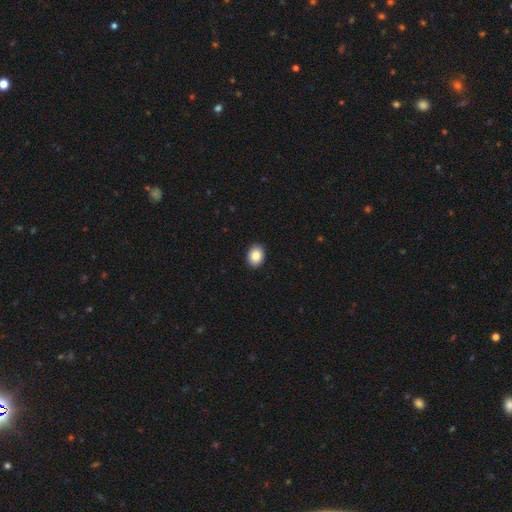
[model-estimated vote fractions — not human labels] A smooth galaxy with no disk features (86%) that is in between round and cigar-shaped (55%).

Vote fractions:
- Smooth or featured? smooth: 86% / star or artifact: 8% / featured or disk: 5%
- How rounded? in between: 55% / round: 44% / cigar-shaped: 1%
- Merging? none: 91% / minor disturbance: 6% / major disturbance: 2% / merger: 1%